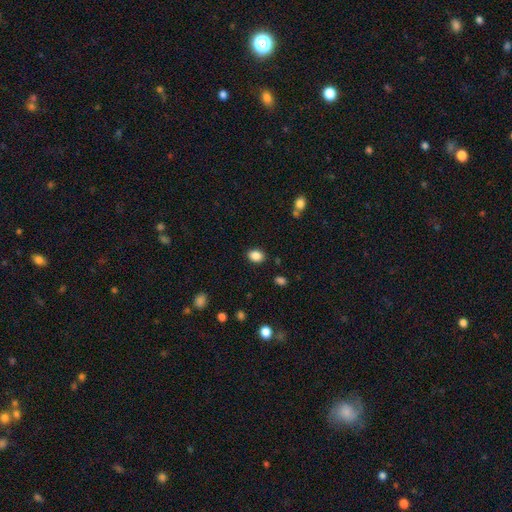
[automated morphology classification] Smooth or featured?
  - smooth: 86% *
  - star or artifact: 9%
  - featured or disk: 4%
How rounded?
  - in between: 67% *
  - round: 31%
  - cigar-shaped: 1%
Merging?
  - none: 86% *
  - minor disturbance: 9%
  - major disturbance: 3%
  - merger: 2%